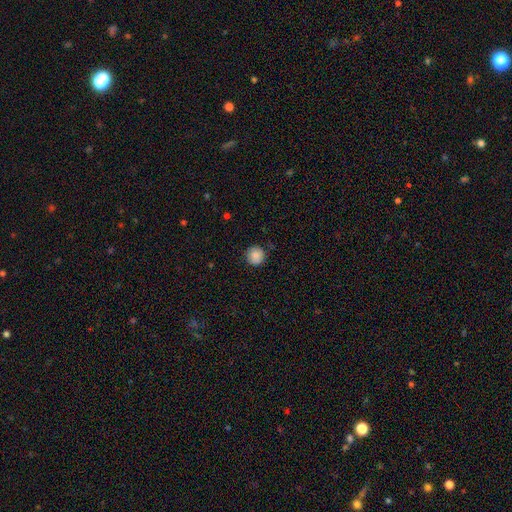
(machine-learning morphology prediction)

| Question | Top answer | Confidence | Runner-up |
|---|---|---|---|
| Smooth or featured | smooth | 85% | star or artifact (9%) |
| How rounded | round | 94% | in between (5%) |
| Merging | none | 86% | minor disturbance (10%) |